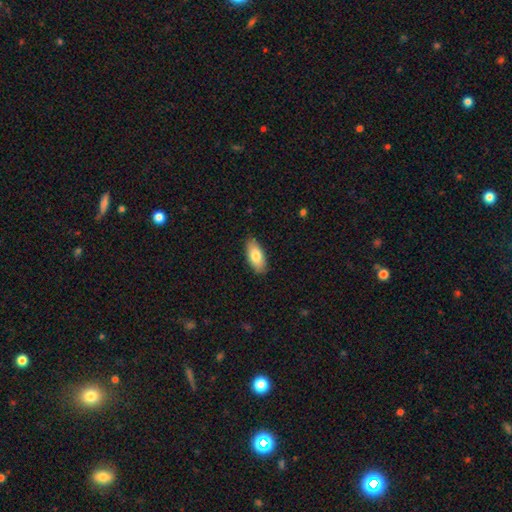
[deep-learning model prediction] smooth_or_featured: smooth (p=0.80) [alt: featured or disk p=0.14]
how_rounded: in between (p=0.88) [alt: cigar-shaped p=0.10]
merging: none (p=0.88) [alt: minor disturbance p=0.09]